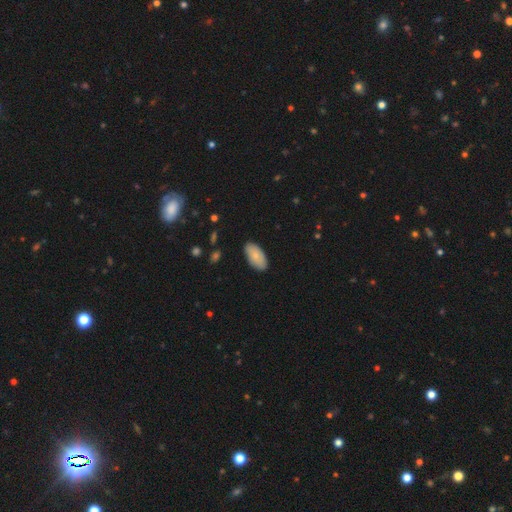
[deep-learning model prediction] Morphology: type=smooth (78%); roundness=in between (95%); merging=none (84%).